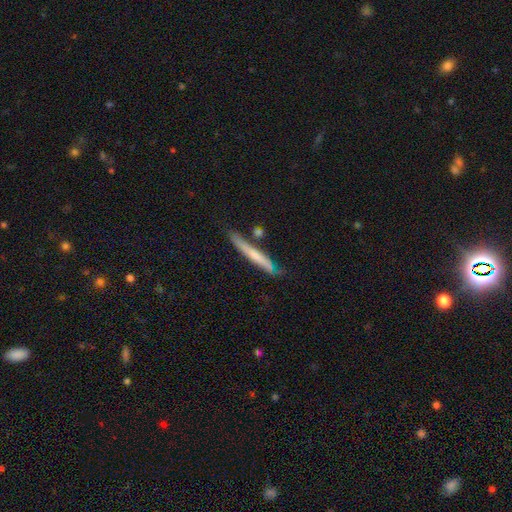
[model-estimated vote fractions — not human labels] Morphology: type=smooth (53%); roundness=cigar-shaped (95%); merging=none (70%).